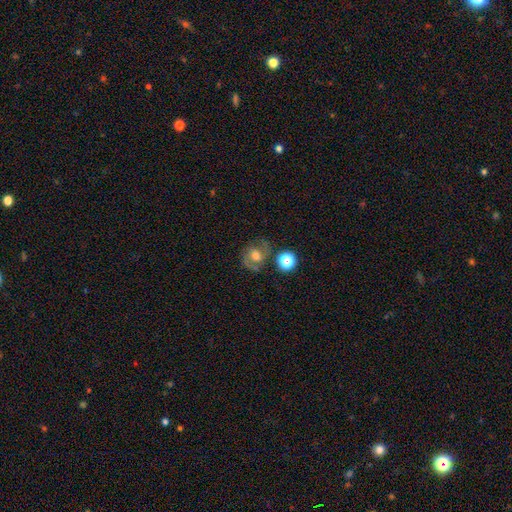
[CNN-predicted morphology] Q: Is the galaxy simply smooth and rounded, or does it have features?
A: featured or disk — 73%.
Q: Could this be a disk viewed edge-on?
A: no — 98%.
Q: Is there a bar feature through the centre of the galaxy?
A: no — 57%.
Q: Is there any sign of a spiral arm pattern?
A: yes — 94%.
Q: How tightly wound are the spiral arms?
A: medium — 56%.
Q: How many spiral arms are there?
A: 2 — 90%.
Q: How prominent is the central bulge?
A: moderate — 66%.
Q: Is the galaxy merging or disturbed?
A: none — 71%.